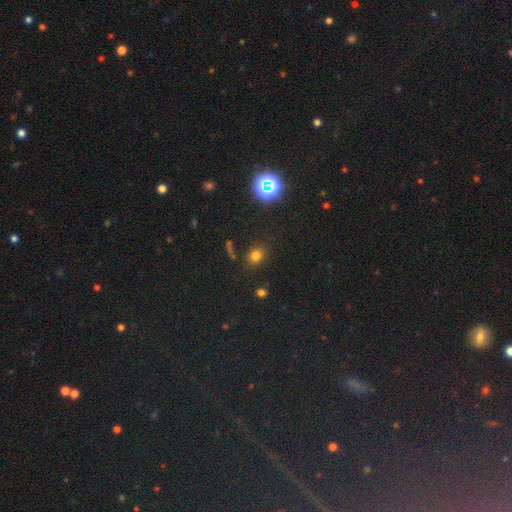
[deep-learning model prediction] Smooth or featured? Predicted: smooth (p=0.71). How rounded? Predicted: round (p=0.60). Merging? Predicted: none (p=0.81).